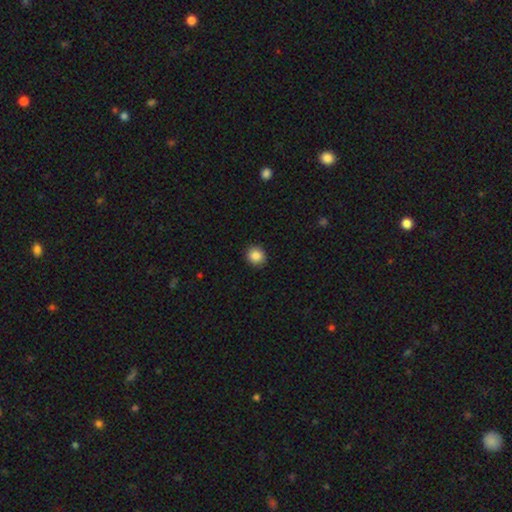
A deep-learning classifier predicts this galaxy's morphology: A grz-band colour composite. It shows a smooth galaxy with no disk features (87%) that is round (82%). Merging: none (90%).